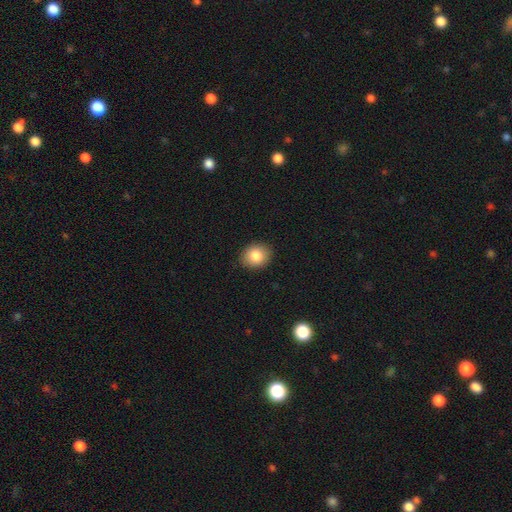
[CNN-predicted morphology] Smooth or featured: smooth — 84% (star or artifact — 9%)
How rounded: round — 57% (in between — 42%)
Merging: none — 89% (minor disturbance — 8%)